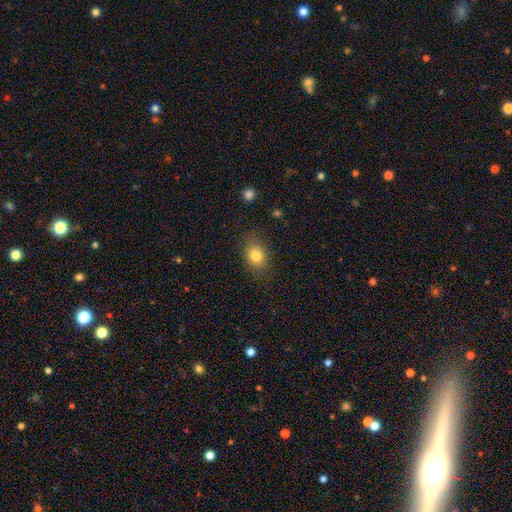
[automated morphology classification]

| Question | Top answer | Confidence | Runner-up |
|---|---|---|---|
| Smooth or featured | smooth | 81% | star or artifact (10%) |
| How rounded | in between | 64% | round (35%) |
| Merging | none | 81% | minor disturbance (14%) |